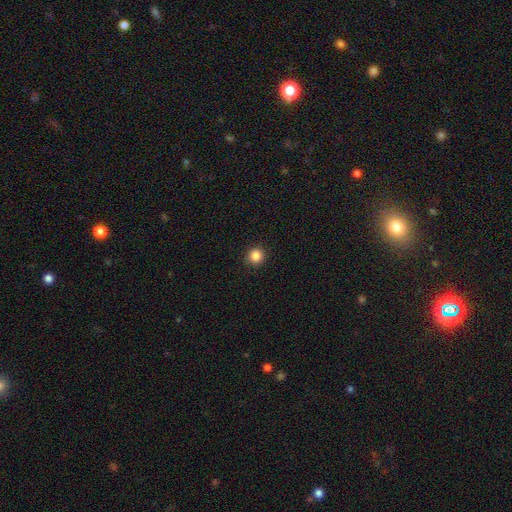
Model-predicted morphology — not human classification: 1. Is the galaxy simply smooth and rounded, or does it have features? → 86% smooth, 11% star or artifact, 3% featured or disk.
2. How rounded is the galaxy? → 94% round, 5% in between, 1% cigar-shaped.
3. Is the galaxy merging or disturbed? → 93% none, 5% minor disturbance, 2% major disturbance, 1% merger.